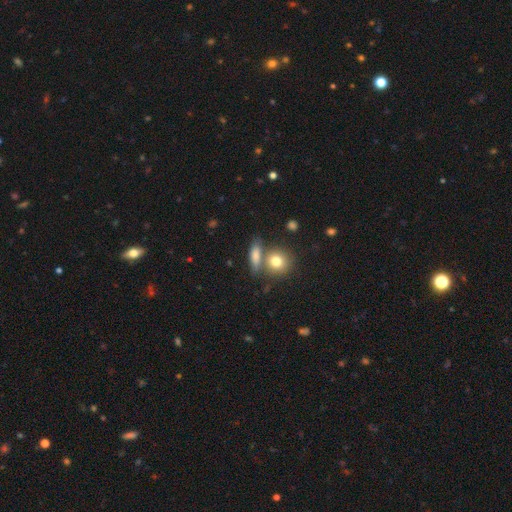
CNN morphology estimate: A smooth galaxy with no disk features (76%) that is in between round and cigar-shaped (49%).

Vote fractions:
- Smooth or featured? smooth: 76% / featured or disk: 15% / star or artifact: 9%
- How rounded? in between: 49% / cigar-shaped: 31% / round: 20%
- Merging? none: 60% / merger: 22% / minor disturbance: 13% / major disturbance: 5%